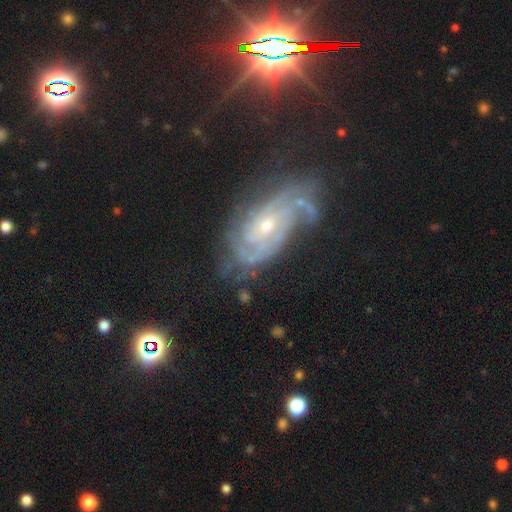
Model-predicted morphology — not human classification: Smooth or featured?
  - featured or disk: 85% *
  - star or artifact: 8%
  - smooth: 8%
Edge-on disk?
  - no: 95% *
  - yes: 5%
Bar?
  - no: 63% *
  - weak: 30%
  - strong: 7%
Spiral arms?
  - yes: 95% *
  - no: 5%
Spiral winding?
  - tight: 57% *
  - medium: 33%
  - loose: 10%
Spiral arm count?
  - can't tell: 32% *
  - 2: 22%
  - 3: 22%
  - 4: 12%
  - more than 4: 6%
  - 1: 6%
Bulge size?
  - small: 55% *
  - moderate: 41%
  - large: 2%
  - none: 2%
  - dominant: 1%
Merging?
  - none: 55% *
  - minor disturbance: 24%
  - major disturbance: 16%
  - merger: 5%